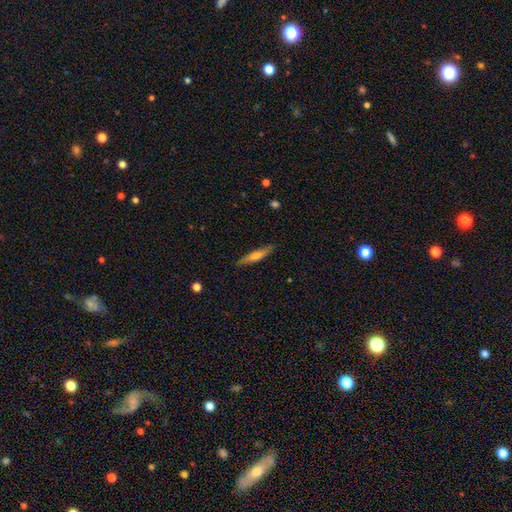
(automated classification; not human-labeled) A featured or disk galaxy (49%). Merging: none (87%).